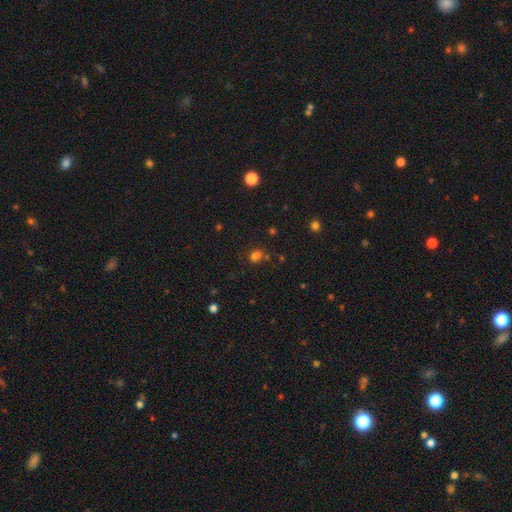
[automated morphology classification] Smooth or featured: smooth — 67% (star or artifact — 25%)
How rounded: in between — 53% (round — 45%)
Merging: none — 54% (merger — 24%)